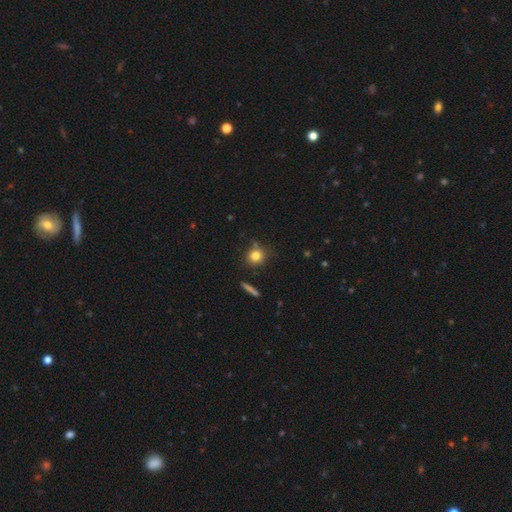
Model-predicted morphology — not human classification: type=smooth (80%); roundness=round (85%); merging=none (80%).